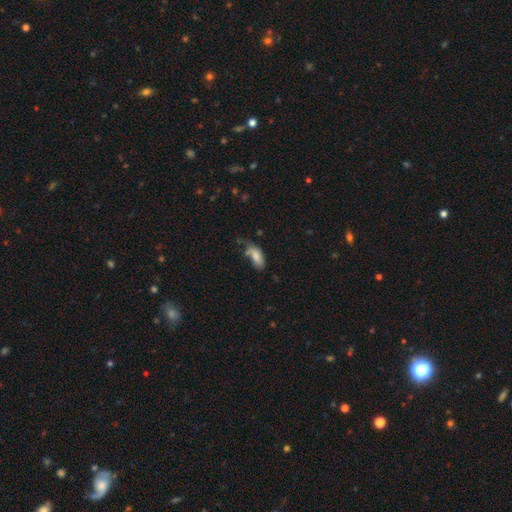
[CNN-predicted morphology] Smooth or featured? Predicted: smooth (p=0.76). How rounded? Predicted: in between (p=0.86). Merging? Predicted: none (p=0.35).